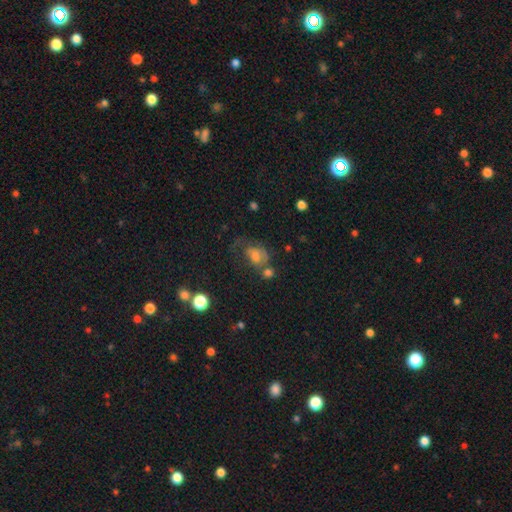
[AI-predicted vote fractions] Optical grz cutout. It shows a smooth galaxy with no disk features (48%). Merging: none (38%).